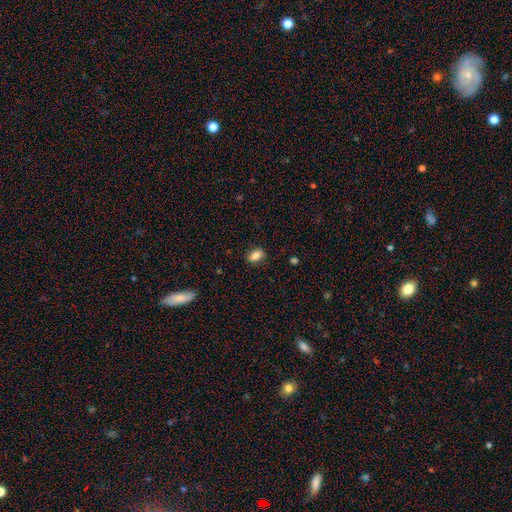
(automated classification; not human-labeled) smooth 83%, star or artifact 9%, featured or disk 8%. Down the decision tree: how rounded — in between (83%); merging — none (86%).